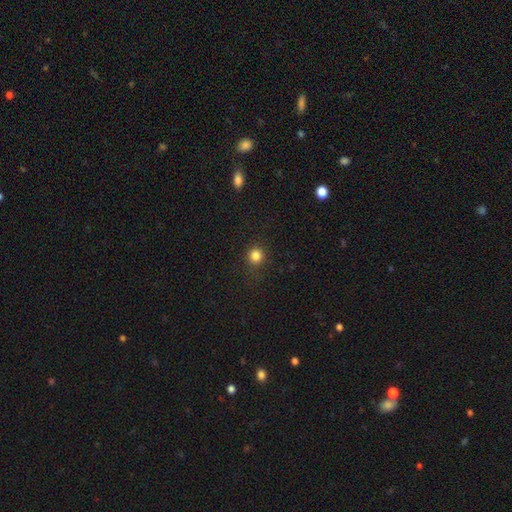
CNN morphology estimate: smooth-or-featured: smooth: 83% | star or artifact: 13% | featured or disk: 4%
  how-rounded: round: 92% | in between: 7% | cigar-shaped: 1%
  merging: none: 87% | minor disturbance: 8% | major disturbance: 3% | merger: 1%